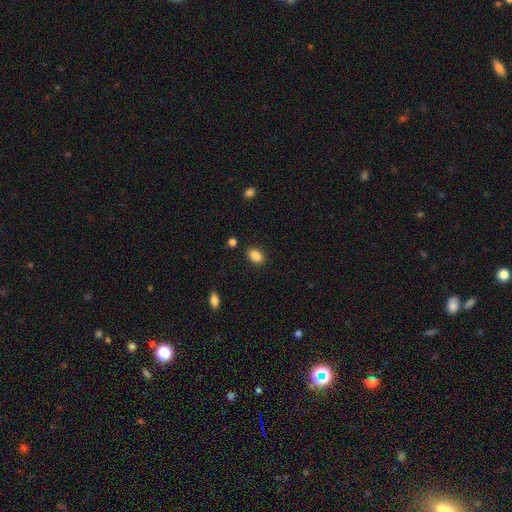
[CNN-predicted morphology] The model was most divided on "how rounded": in between: 86%, round: 13%, cigar-shaped: 2%. More confident: merging — none (87%); smooth or featured — smooth (86%).